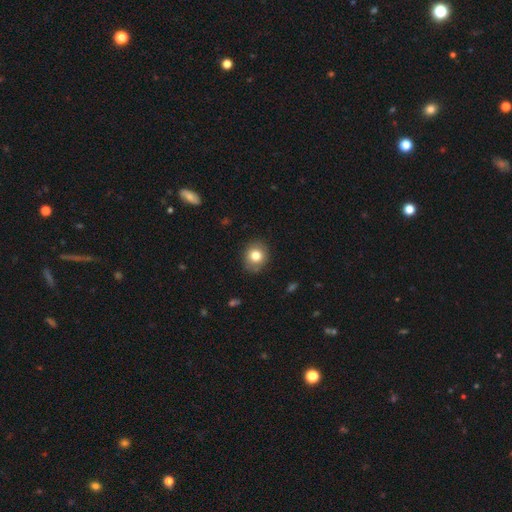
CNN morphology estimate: The model was most divided on "how rounded": round: 76%, in between: 23%, cigar-shaped: 1%. More confident: merging — none (87%); smooth or featured — smooth (80%).